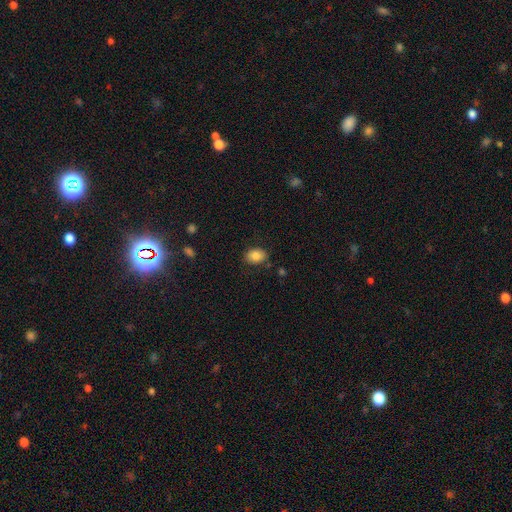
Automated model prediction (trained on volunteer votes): Smooth or featured: smooth — 84% (star or artifact — 9%)
How rounded: in between — 70% (round — 29%)
Merging: none — 81% (minor disturbance — 13%)